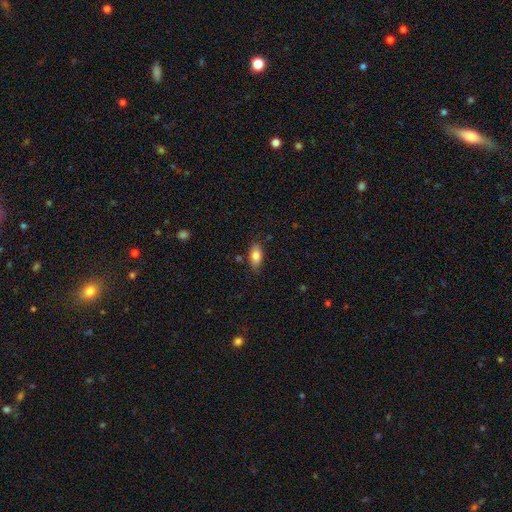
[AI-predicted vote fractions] A smooth galaxy with no disk features (82%) that is in between round and cigar-shaped (89%). Merging: none (80%).